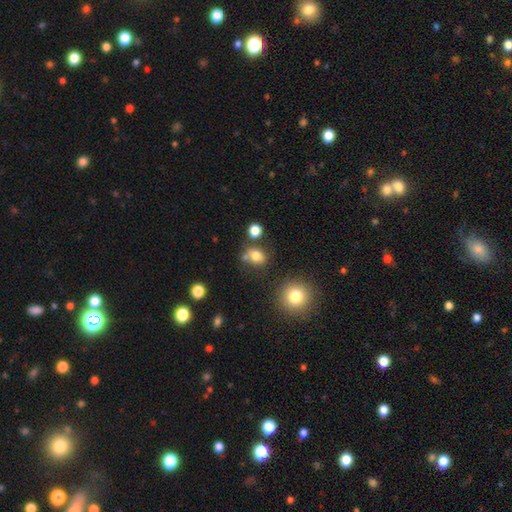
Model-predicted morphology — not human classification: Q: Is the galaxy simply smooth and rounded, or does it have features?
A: smooth — 78%.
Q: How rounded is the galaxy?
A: round — 53%.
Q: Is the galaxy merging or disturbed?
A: none — 57%.